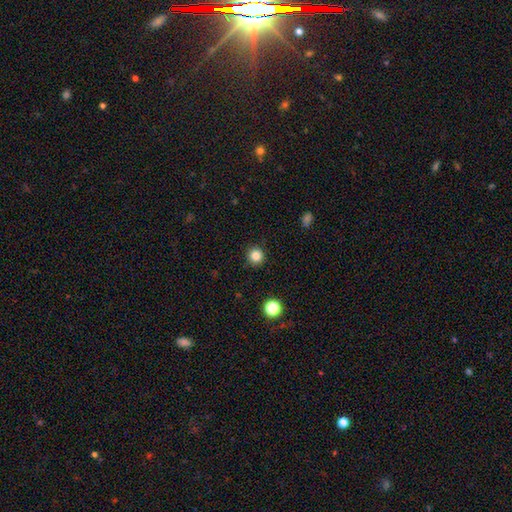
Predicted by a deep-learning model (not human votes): The model was most divided on "smooth or featured": smooth: 84%, star or artifact: 12%, featured or disk: 4%. More confident: how rounded — round (95%); merging — none (92%).